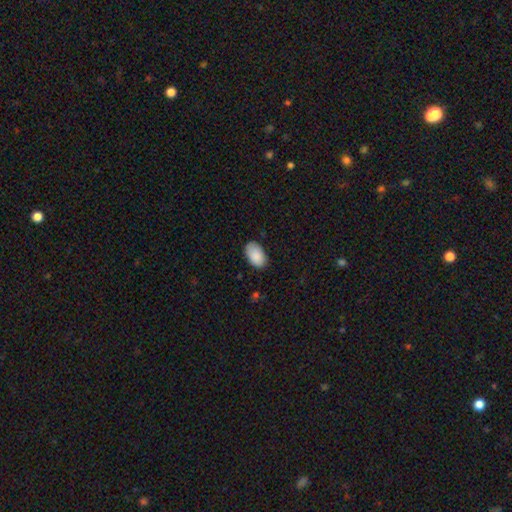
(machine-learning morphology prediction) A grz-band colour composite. It shows a smooth galaxy with no disk features (90%) that is in between round and cigar-shaped (94%). Merging: none (82%).